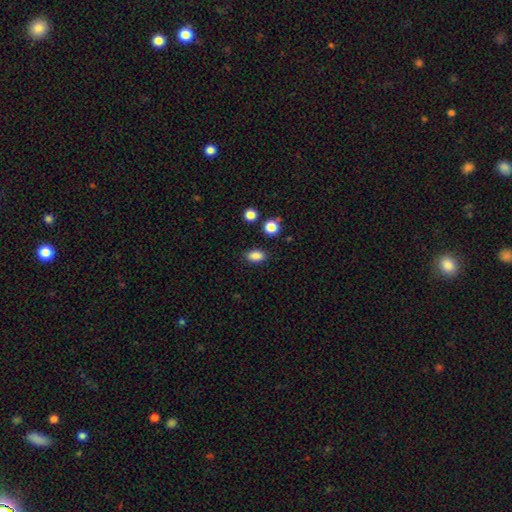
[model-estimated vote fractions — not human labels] A smooth galaxy with no disk features (86%) that is in between round and cigar-shaped (83%).

Vote fractions:
- Smooth or featured? smooth: 86% / star or artifact: 10% / featured or disk: 4%
- How rounded? in between: 83% / round: 15% / cigar-shaped: 2%
- Merging? none: 85% / minor disturbance: 10% / major disturbance: 3% / merger: 2%